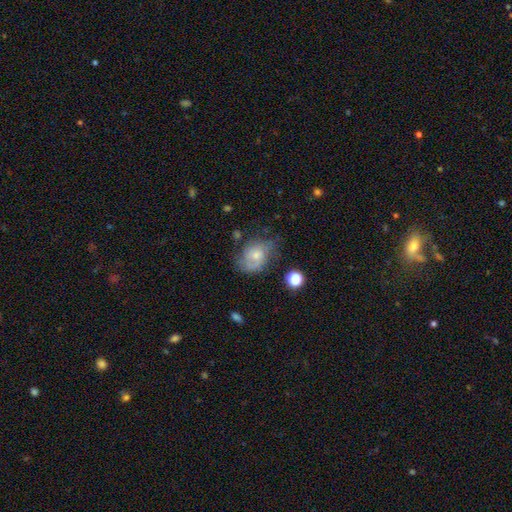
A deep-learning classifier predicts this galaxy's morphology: smooth_or_featured: smooth (p=0.49) [alt: featured or disk p=0.41]
merging: none (p=0.48) [alt: minor disturbance p=0.30]